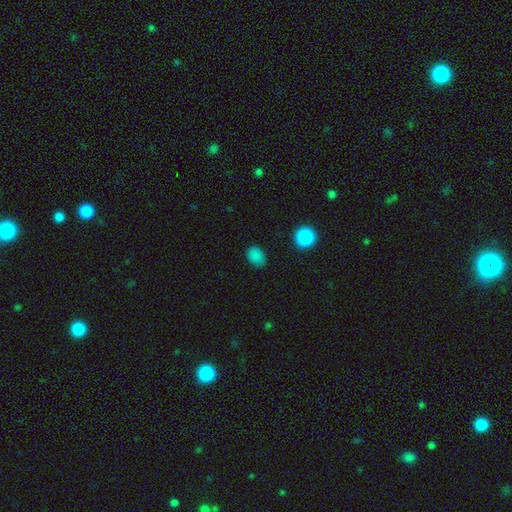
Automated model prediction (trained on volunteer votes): Q: Smooth or featured?
A: smooth (83%); runner-up: star or artifact (14%)
Q: How rounded?
A: in between (64%); runner-up: round (35%)
Q: Merging?
A: none (84%); runner-up: minor disturbance (11%)